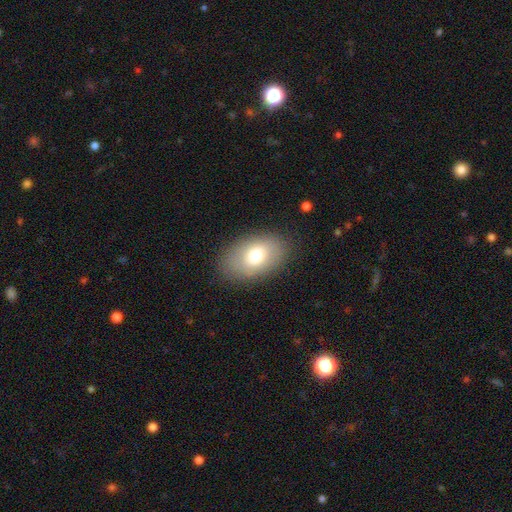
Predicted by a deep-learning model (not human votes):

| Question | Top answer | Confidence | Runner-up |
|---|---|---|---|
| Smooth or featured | smooth | 75% | featured or disk (16%) |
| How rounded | in between | 88% | round (11%) |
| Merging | none | 84% | minor disturbance (11%) |